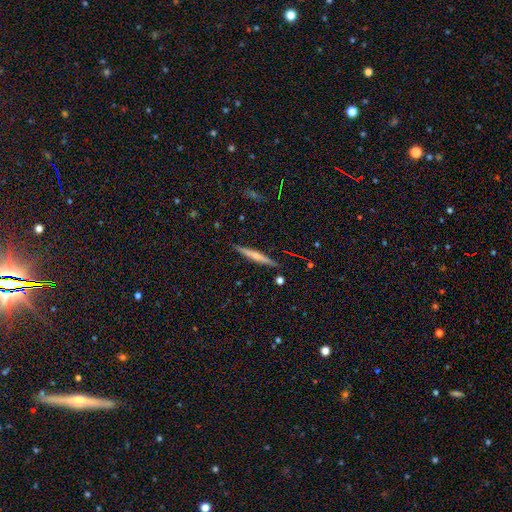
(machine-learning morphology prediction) Overall: smooth (47%; featured or disk 46%). Merging: none (88%).